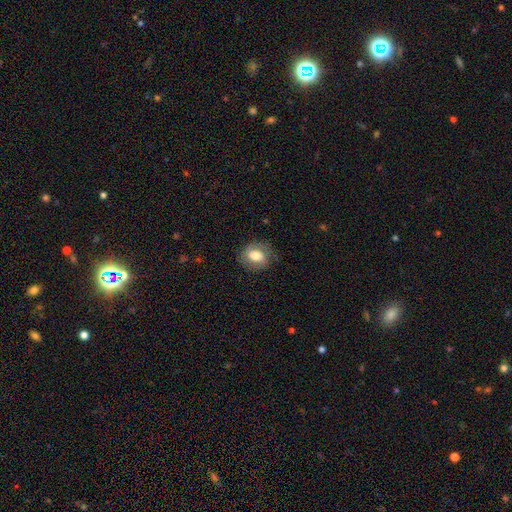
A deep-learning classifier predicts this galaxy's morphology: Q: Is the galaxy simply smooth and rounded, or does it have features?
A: smooth — 68%.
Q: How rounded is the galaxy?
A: in between — 50%.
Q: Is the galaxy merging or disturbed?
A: none — 76%.